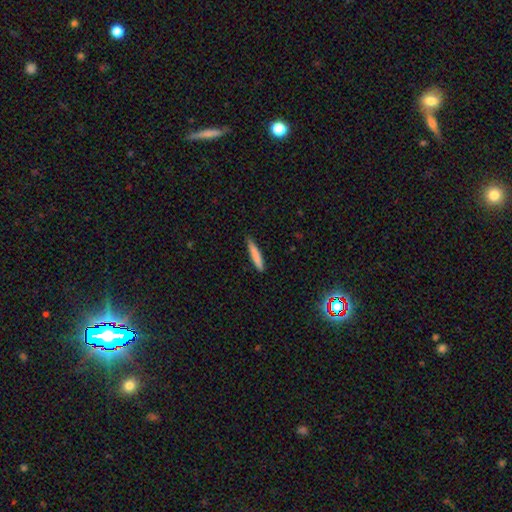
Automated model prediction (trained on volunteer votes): Smooth or featured? smooth (82%)
How rounded? cigar-shaped (91%)
Merging? none (85%)